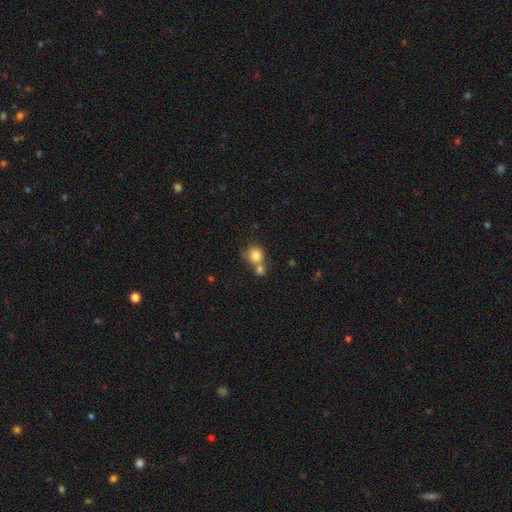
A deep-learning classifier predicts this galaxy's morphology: This appears to be a smooth galaxy with no disk features (81%) that is round (82%). Merging: merger (48%).